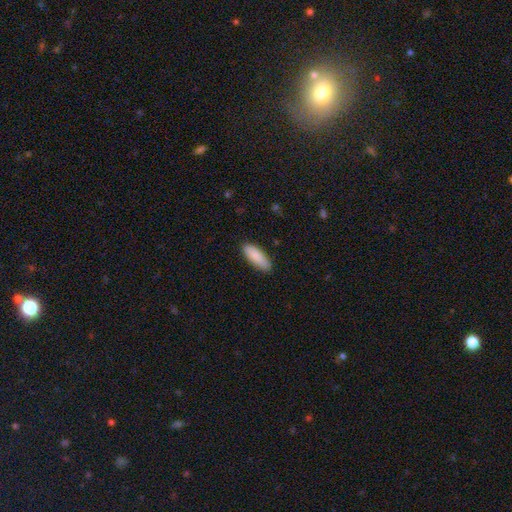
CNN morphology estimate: A smooth galaxy with no disk features (88%) that is in between round and cigar-shaped (68%).

Vote fractions:
- Smooth or featured? smooth: 88% / featured or disk: 6% / star or artifact: 6%
- How rounded? in between: 68% / cigar-shaped: 31% / round: 2%
- Merging? none: 86% / minor disturbance: 11% / major disturbance: 2% / merger: 1%